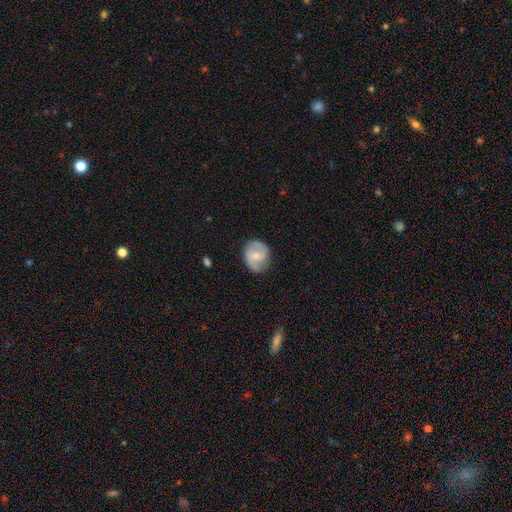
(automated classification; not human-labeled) Q: Smooth or featured?
A: featured or disk (60%); runner-up: smooth (34%)
Q: Edge-on disk?
A: no (98%); runner-up: yes (2%)
Q: Bar?
A: weak (51%); runner-up: no (35%)
Q: Spiral arms?
A: yes (87%); runner-up: no (13%)
Q: Spiral winding?
A: medium (47%); runner-up: loose (27%)
Q: Spiral arm count?
A: 2 (83%); runner-up: can't tell (9%)
Q: Bulge size?
A: small (52%); runner-up: moderate (39%)
Q: Merging?
A: none (77%); runner-up: minor disturbance (17%)